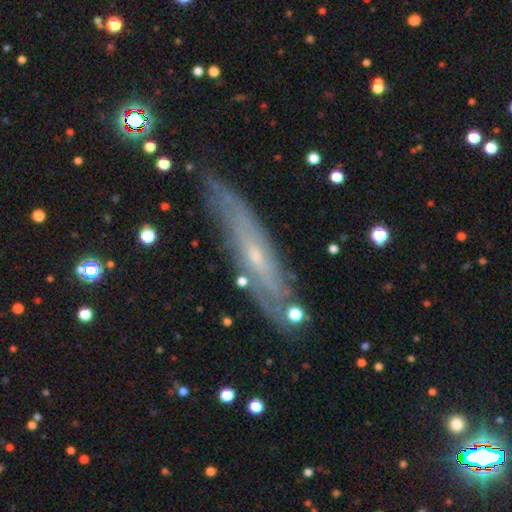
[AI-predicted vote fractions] Q: Smooth or featured?
A: featured or disk (68%); runner-up: smooth (23%)
Q: Edge-on disk?
A: yes (59%); runner-up: no (41%)
Q: Merging?
A: none (79%); runner-up: minor disturbance (15%)